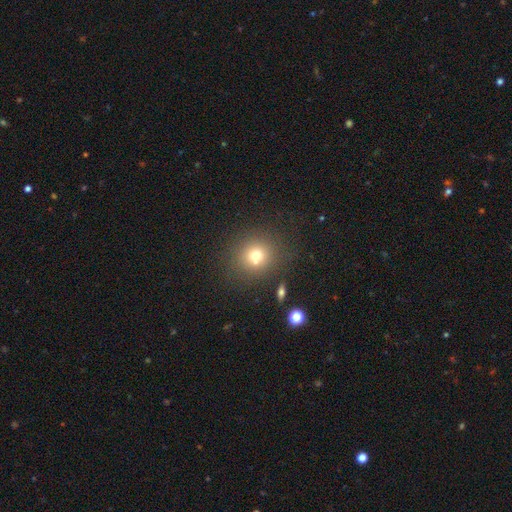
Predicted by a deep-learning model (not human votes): Q: Smooth or featured?
A: smooth (70%); runner-up: star or artifact (17%)
Q: How rounded?
A: round (87%); runner-up: in between (12%)
Q: Merging?
A: none (71%); runner-up: merger (15%)